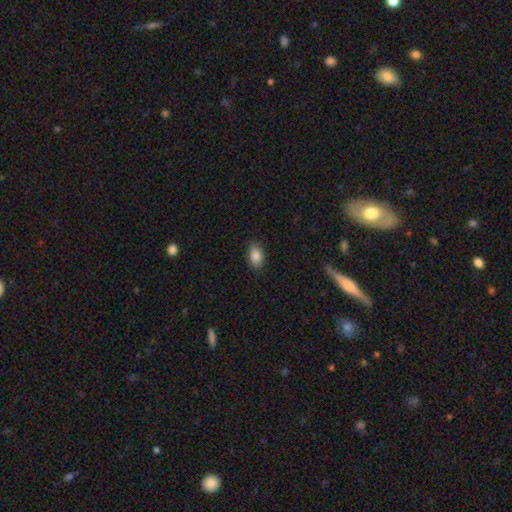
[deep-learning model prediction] Smooth or featured? Predicted: smooth (p=0.87). How rounded? Predicted: in between (p=0.91). Merging? Predicted: none (p=0.86).